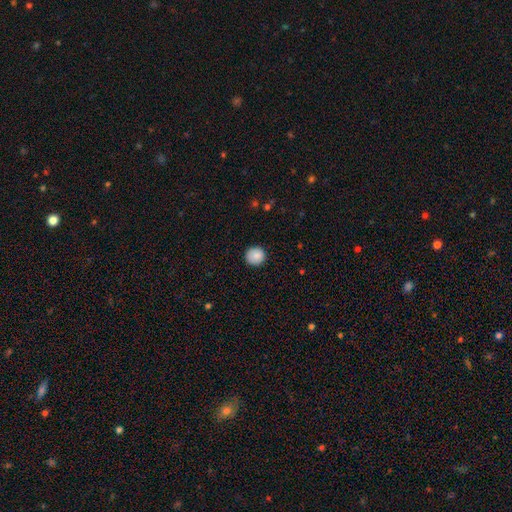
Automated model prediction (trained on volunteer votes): Morphology: type=smooth (86%); roundness=round (93%); merging=none (90%).